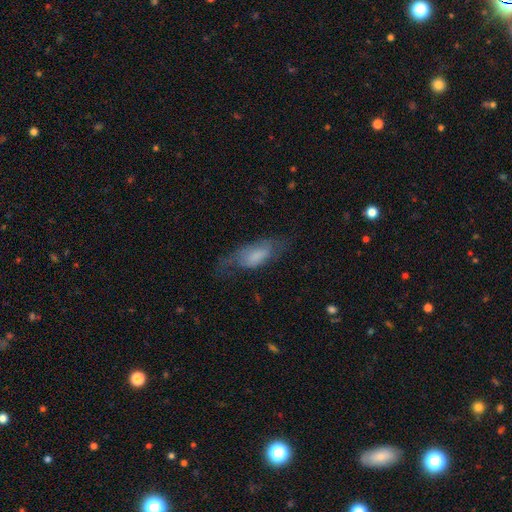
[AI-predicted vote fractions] A smooth galaxy with no disk features (59%) that is in between round and cigar-shaped (80%). Merging: none (45%).